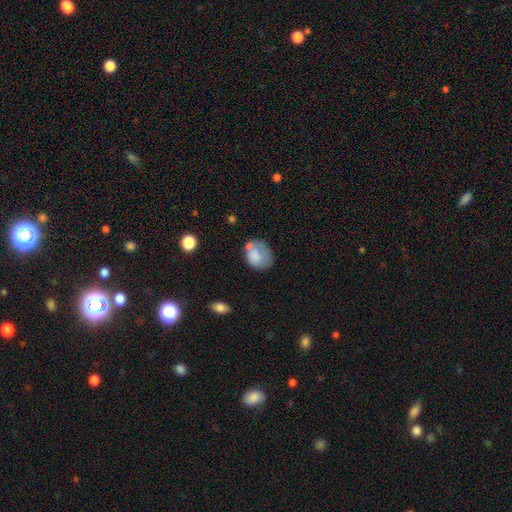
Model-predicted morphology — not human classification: This is likely a smooth galaxy (68%). How rounded: possibly in between (52%). Merging: marginally none (42%).